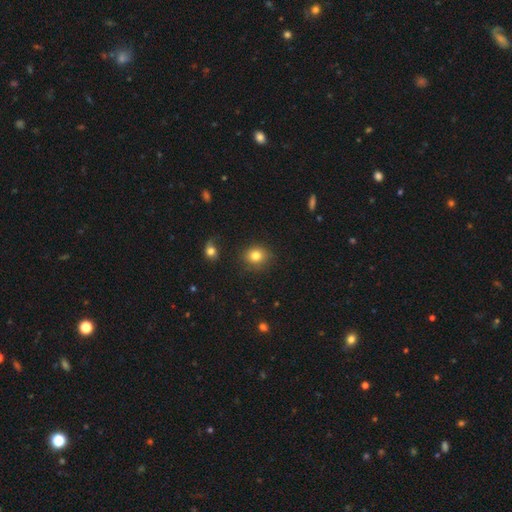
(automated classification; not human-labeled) Overall: smooth (81%). How rounded: round (76%). Merging: none (84%).